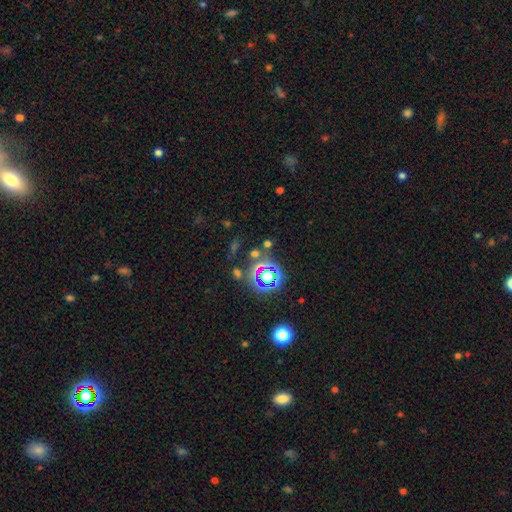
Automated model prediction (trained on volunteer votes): A star or artifact, not a galaxy (69%).

Vote fractions:
- Smooth or featured? star or artifact: 69% / smooth: 19% / featured or disk: 12%